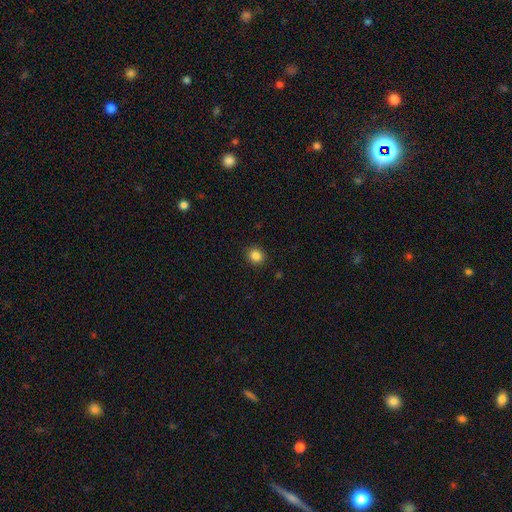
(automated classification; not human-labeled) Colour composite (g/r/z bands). It shows a smooth galaxy with no disk features (85%) that is round (84%). Merging: none (91%).